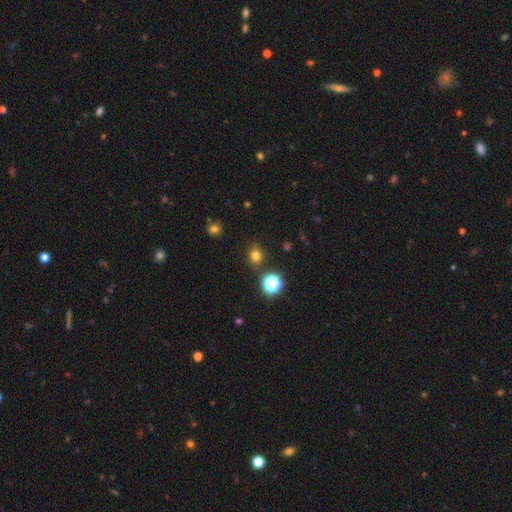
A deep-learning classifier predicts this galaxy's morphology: Smooth or featured? Predicted: smooth (p=0.74). How rounded? Predicted: round (p=0.76). Merging? Predicted: none (p=0.83).